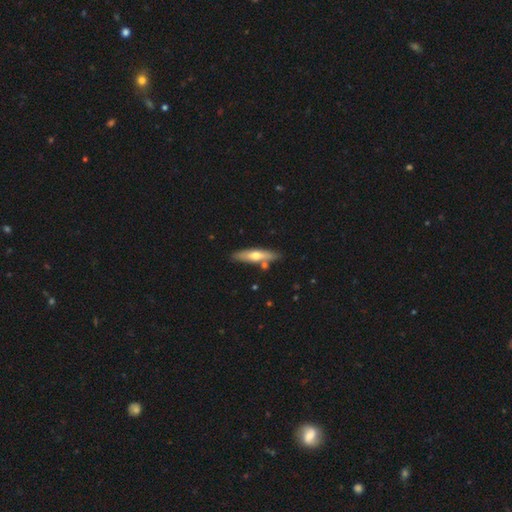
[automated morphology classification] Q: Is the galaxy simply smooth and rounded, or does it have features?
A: smooth — 51%.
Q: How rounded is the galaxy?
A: cigar-shaped — 73%.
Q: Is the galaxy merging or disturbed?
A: none — 80%.